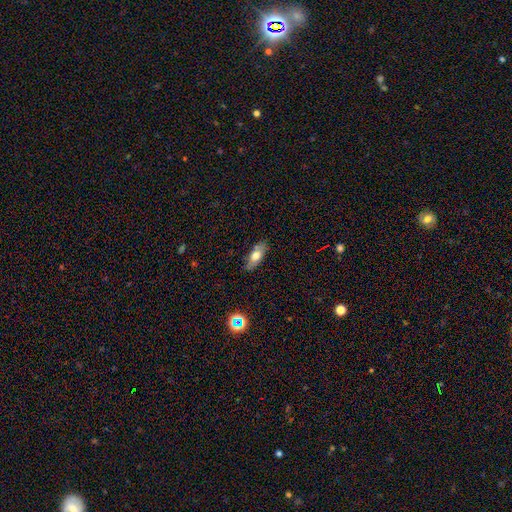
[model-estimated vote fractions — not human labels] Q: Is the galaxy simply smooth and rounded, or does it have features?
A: smooth — 65%.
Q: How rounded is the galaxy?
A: in between — 78%.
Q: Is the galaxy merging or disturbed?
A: none — 83%.